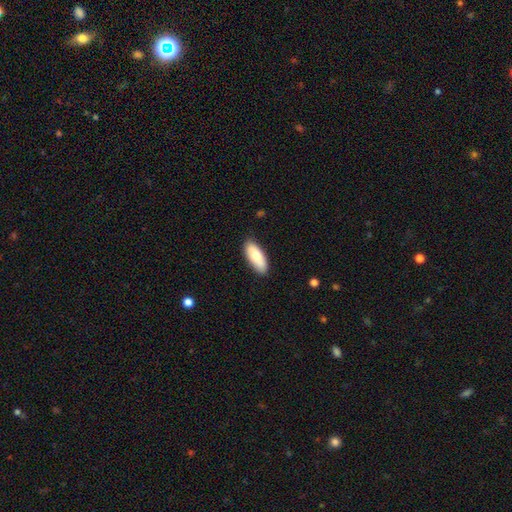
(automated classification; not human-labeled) smooth 78%, featured or disk 16%, star or artifact 6%. Down the decision tree: how rounded — in between (78%); merging — none (86%).